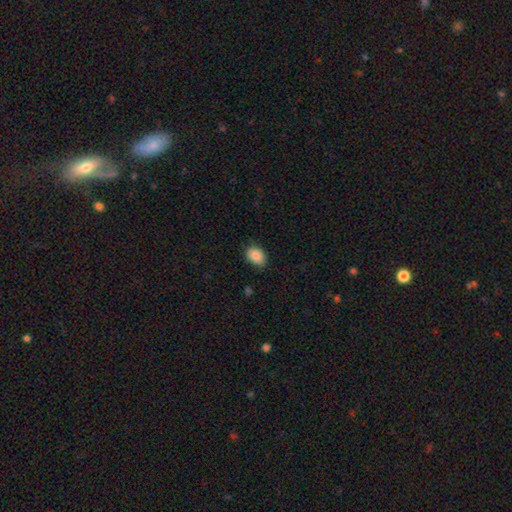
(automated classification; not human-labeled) smooth 87%, star or artifact 8%, featured or disk 5%. Down the decision tree: how rounded — in between (78%); merging — none (82%).